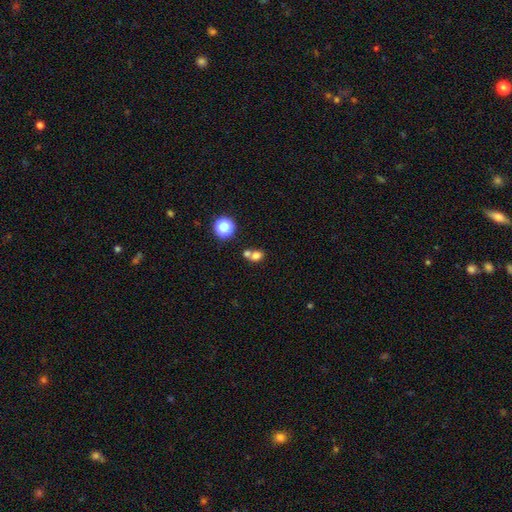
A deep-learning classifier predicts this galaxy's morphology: A smooth galaxy with no disk features (74%) that is round (51%). Merging: merger (49%).